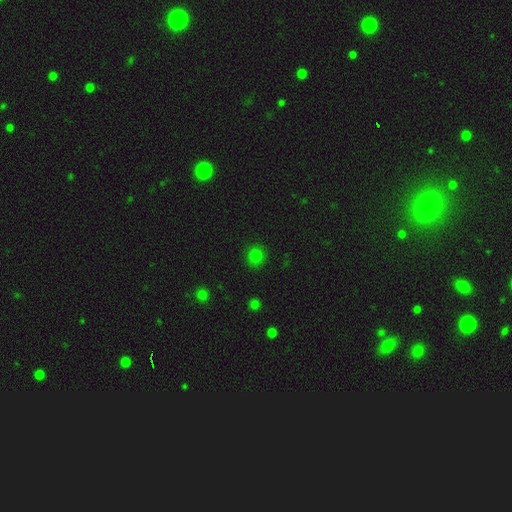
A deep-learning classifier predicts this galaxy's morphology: smooth-or-featured: smooth: 79% | star or artifact: 17% | featured or disk: 4%
  how-rounded: round: 87% | in between: 12% | cigar-shaped: 1%
  merging: none: 88% | minor disturbance: 8% | major disturbance: 2% | merger: 1%